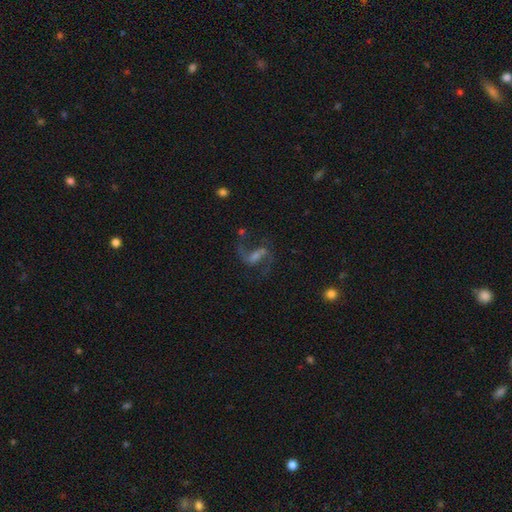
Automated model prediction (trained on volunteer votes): This is clearly a featured or disk galaxy (81%). It is clearly not viewed edge-on (97%). Bar: possibly weak (46%). Spiral arm pattern: clearly yes (94%). Spiral arm count: clearly 2 (90%). Spiral winding: likely loose (65%). Central bulge: marginally small (39%). Merging: likely none (66%).